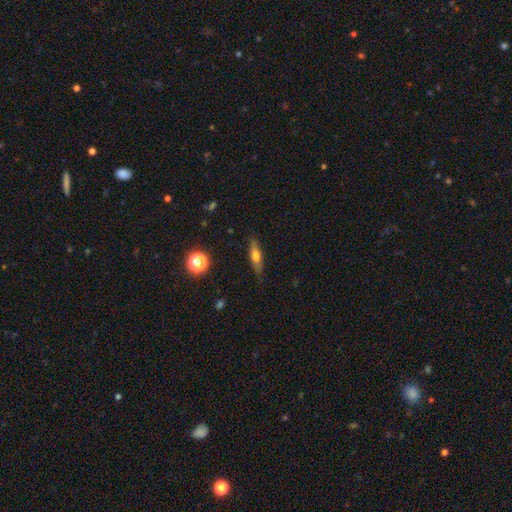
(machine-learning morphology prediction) Q: Smooth or featured?
A: smooth (56%); runner-up: featured or disk (36%)
Q: How rounded?
A: cigar-shaped (61%); runner-up: in between (35%)
Q: Merging?
A: none (85%); runner-up: minor disturbance (11%)